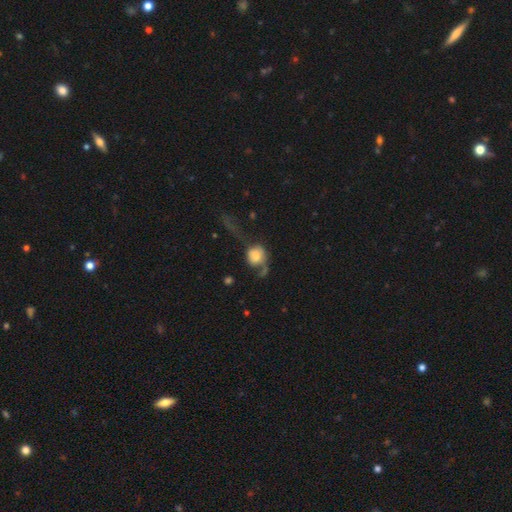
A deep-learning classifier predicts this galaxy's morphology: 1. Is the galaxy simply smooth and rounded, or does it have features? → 62% smooth, 30% featured or disk, 9% star or artifact.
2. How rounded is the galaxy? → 71% round, 27% in between, 2% cigar-shaped.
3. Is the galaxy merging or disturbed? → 48% major disturbance, 22% none, 18% minor disturbance, 12% merger.